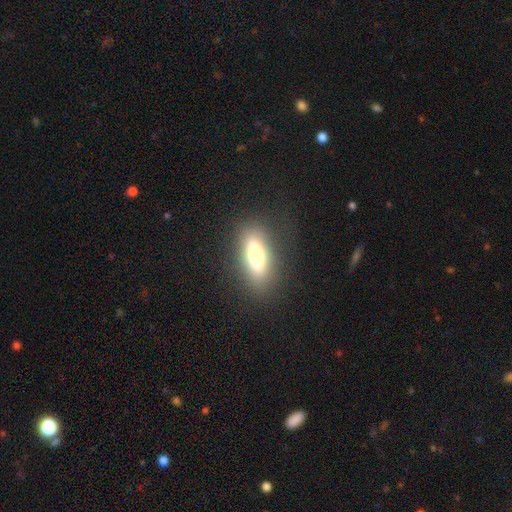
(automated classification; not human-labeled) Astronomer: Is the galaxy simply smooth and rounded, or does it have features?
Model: smooth — 64%.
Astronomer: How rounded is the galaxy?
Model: in between — 61%.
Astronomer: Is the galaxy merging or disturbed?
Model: none — 84%.